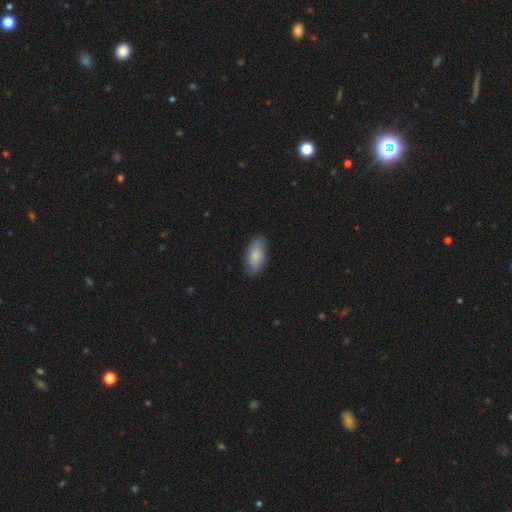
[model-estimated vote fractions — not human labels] The model was most divided on "merging": none: 84%, minor disturbance: 13%, major disturbance: 2%, merger: 1%. More confident: how rounded — in between (91%); smooth or featured — smooth (84%).